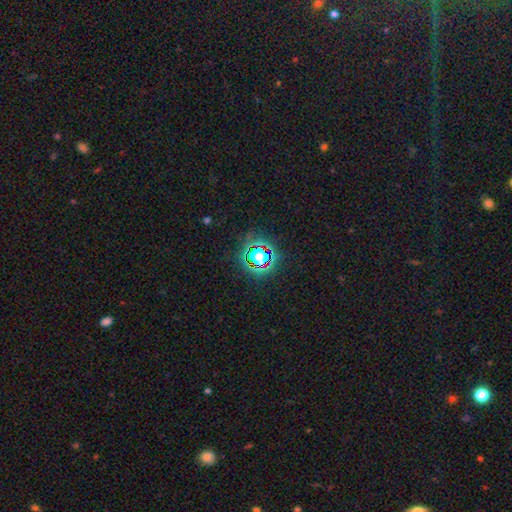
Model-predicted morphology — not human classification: smooth-or-featured: star or artifact: 66% | smooth: 22% | featured or disk: 11%